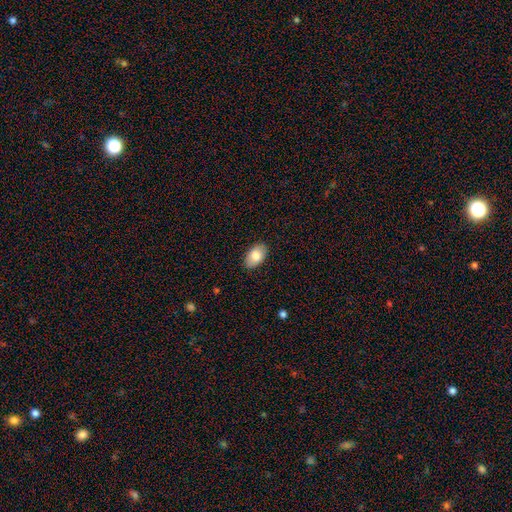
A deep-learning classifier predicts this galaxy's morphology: A smooth galaxy with no disk features (83%) that is in between round and cigar-shaped (93%).

Vote fractions:
- Smooth or featured? smooth: 83% / featured or disk: 11% / star or artifact: 7%
- How rounded? in between: 93% / round: 6% / cigar-shaped: 1%
- Merging? none: 88% / minor disturbance: 9% / major disturbance: 2% / merger: 1%